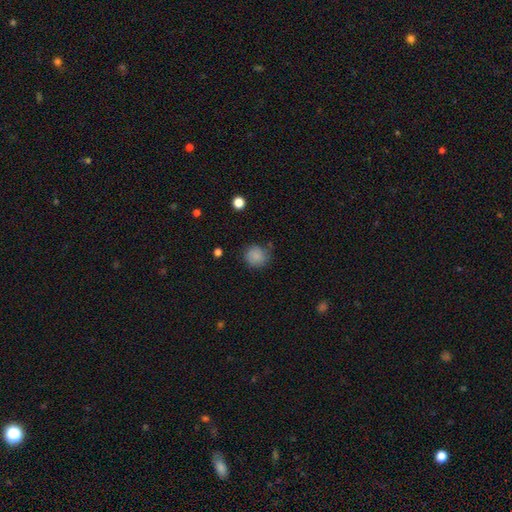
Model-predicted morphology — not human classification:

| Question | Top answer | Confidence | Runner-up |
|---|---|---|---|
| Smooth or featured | smooth | 85% | star or artifact (10%) |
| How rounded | round | 86% | in between (13%) |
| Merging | none | 72% | minor disturbance (20%) |